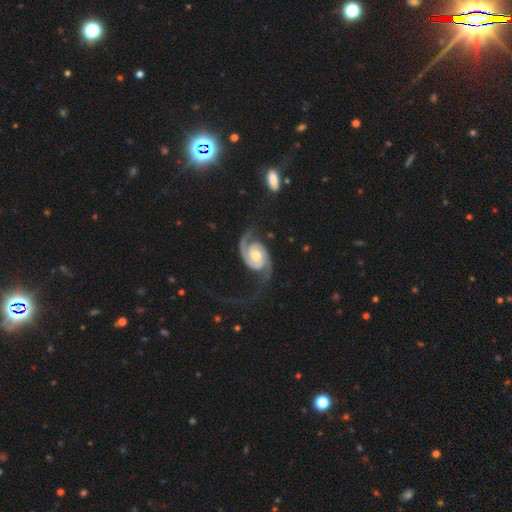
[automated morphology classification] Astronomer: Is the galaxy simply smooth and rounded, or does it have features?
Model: featured or disk — 91%.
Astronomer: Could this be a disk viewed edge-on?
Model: no — 98%.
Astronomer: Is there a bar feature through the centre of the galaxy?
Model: no — 67%.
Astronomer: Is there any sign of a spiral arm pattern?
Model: yes — 98%.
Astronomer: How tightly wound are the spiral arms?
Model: medium — 43% (runner-up: tight, 35%).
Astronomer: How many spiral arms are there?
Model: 2 — 91%.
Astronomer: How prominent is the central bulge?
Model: moderate — 64%.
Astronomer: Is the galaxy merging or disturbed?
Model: none — 57%.